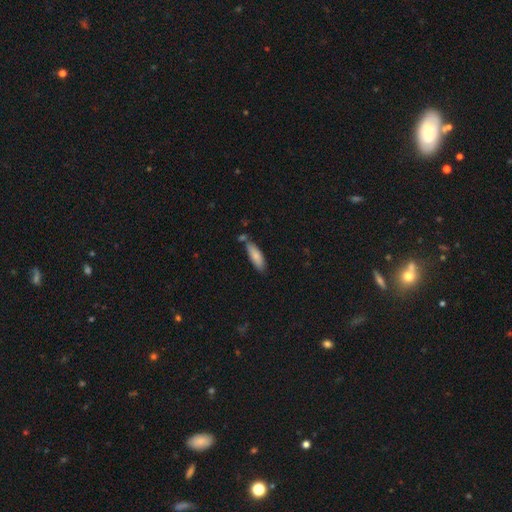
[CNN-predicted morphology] Smooth or featured? Predicted: smooth (p=0.81). How rounded? Predicted: in between (p=0.55). Merging? Predicted: none (p=0.66).